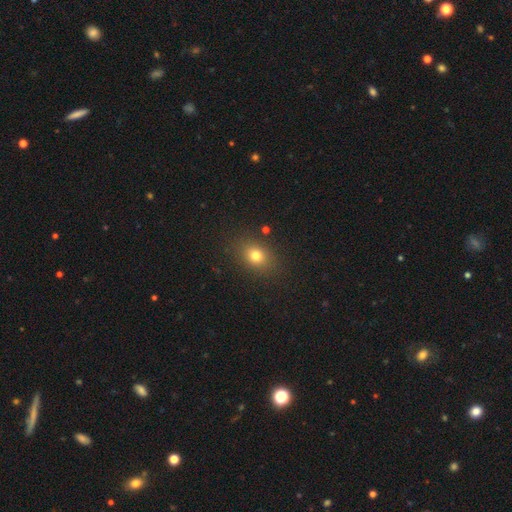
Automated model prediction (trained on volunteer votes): smooth_or_featured: smooth (p=0.76) [alt: star or artifact p=0.14]
how_rounded: in between (p=0.52) [alt: round p=0.46]
merging: none (p=0.85) [alt: minor disturbance p=0.09]